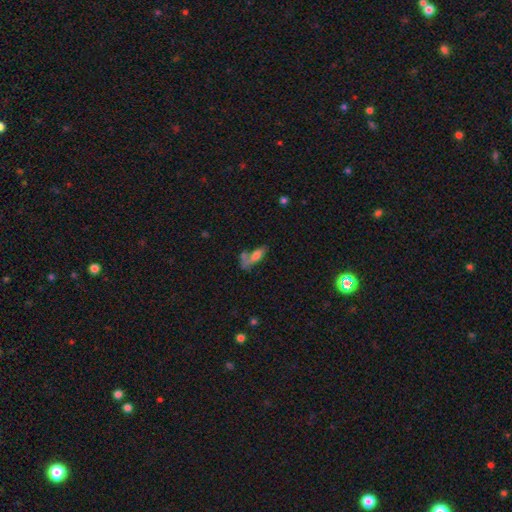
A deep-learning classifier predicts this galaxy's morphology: type=smooth (66%); roundness=in between (66%); merging=merger (33%, tied with none).